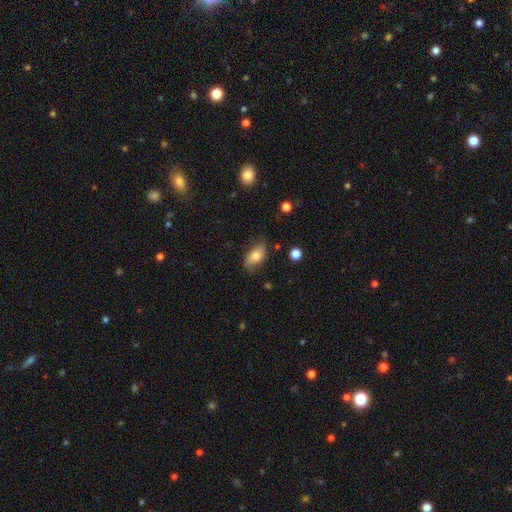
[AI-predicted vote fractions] Smooth or featured? Predicted: smooth (p=0.66). How rounded? Predicted: in between (p=0.90). Merging? Predicted: none (p=0.70).